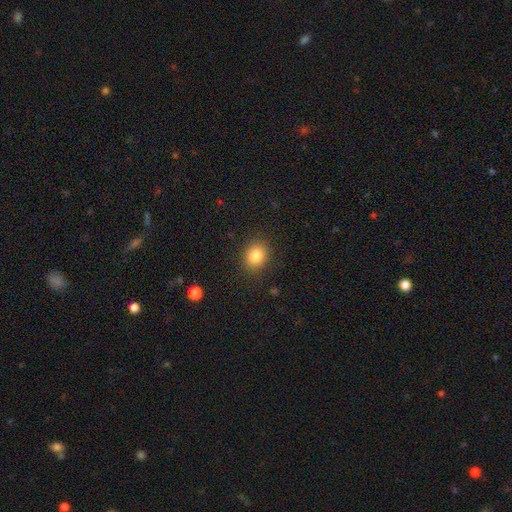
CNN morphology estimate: The model was most divided on "how rounded": round: 60%, in between: 39%, cigar-shaped: 1%. More confident: merging — none (87%); smooth or featured — smooth (83%).